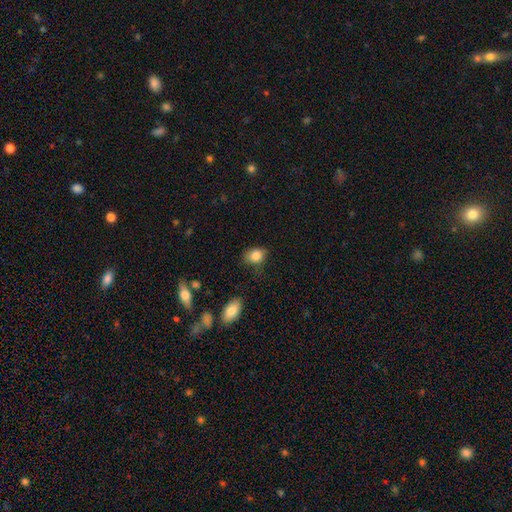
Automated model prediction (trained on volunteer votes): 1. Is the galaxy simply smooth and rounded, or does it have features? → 85% smooth, 9% star or artifact, 6% featured or disk.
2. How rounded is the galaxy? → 59% in between, 40% round, 1% cigar-shaped.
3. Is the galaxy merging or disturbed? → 65% none, 27% minor disturbance, 6% major disturbance, 2% merger.